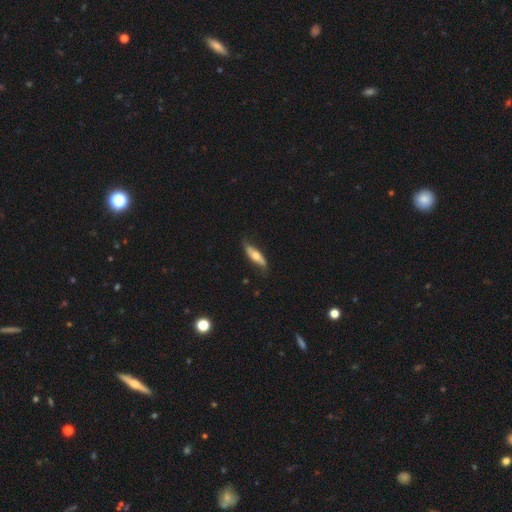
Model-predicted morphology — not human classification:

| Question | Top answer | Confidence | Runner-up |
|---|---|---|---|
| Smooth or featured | smooth | 48% | featured or disk (47%) |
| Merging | none | 72% | minor disturbance (22%) |